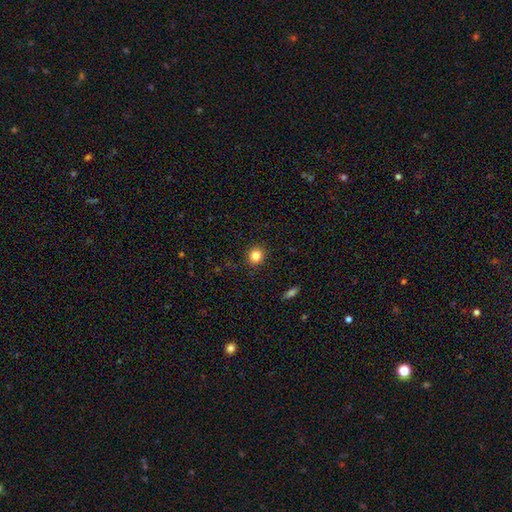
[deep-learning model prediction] smooth 83%, star or artifact 11%, featured or disk 6%. Down the decision tree: how rounded — round (87%); merging — none (91%).